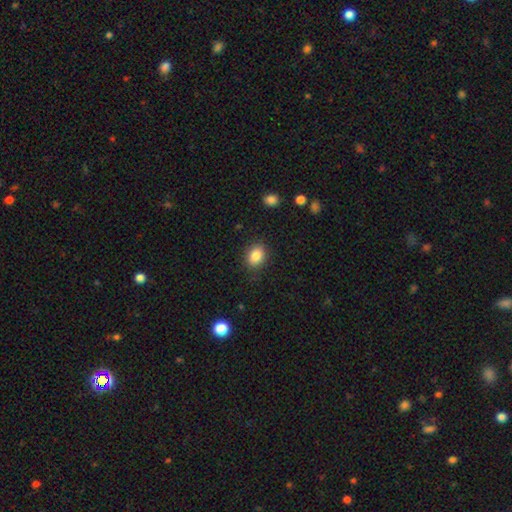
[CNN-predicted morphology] This appears to be a smooth galaxy with no disk features (86%) that is in between round and cigar-shaped (64%). Merging: none (85%).